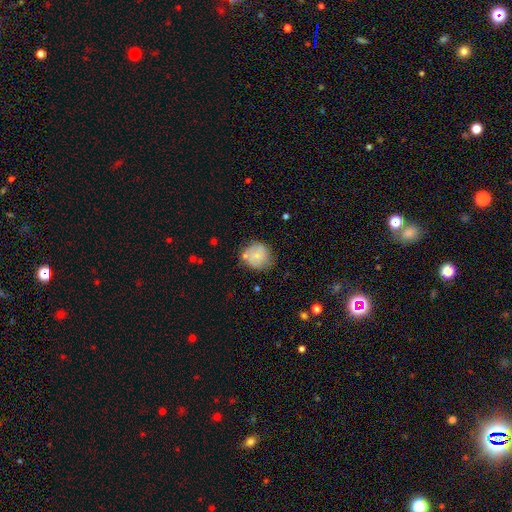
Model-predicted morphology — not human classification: type=smooth (63%); roundness=round (88%); merging=none (65%).